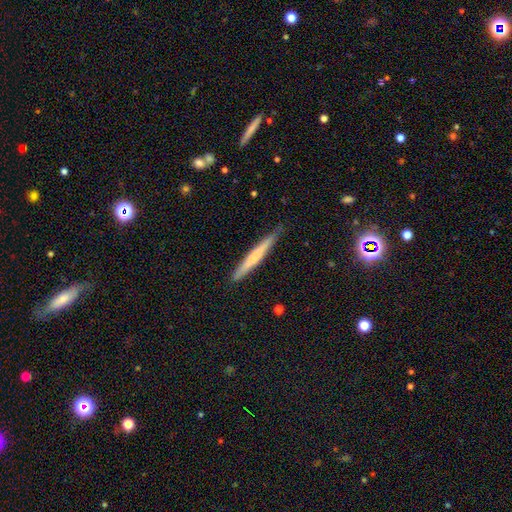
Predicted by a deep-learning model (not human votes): Overall: smooth (54%; featured or disk 40%). How rounded: cigar-shaped (96%). Merging: none (86%).